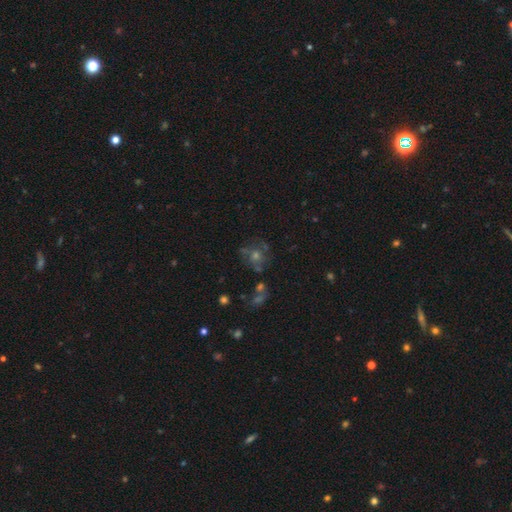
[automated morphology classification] type=featured or disk (40%); merging=none (57%).